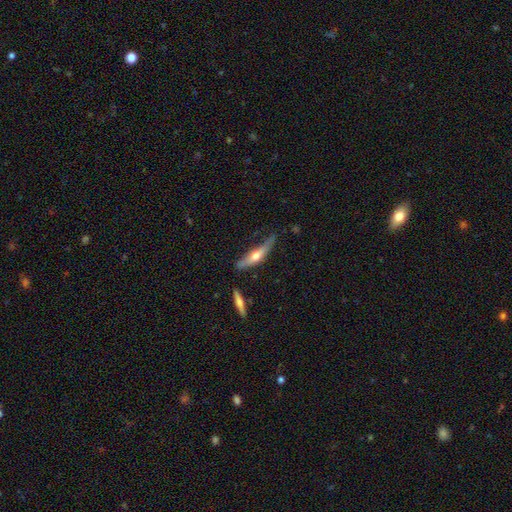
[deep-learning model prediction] smooth-or-featured: featured or disk: 52% | smooth: 42% | star or artifact: 6%
  disk-edge-on: yes: 89% | no: 11%
  merging: none: 54% | minor disturbance: 31% | major disturbance: 11% | merger: 5%